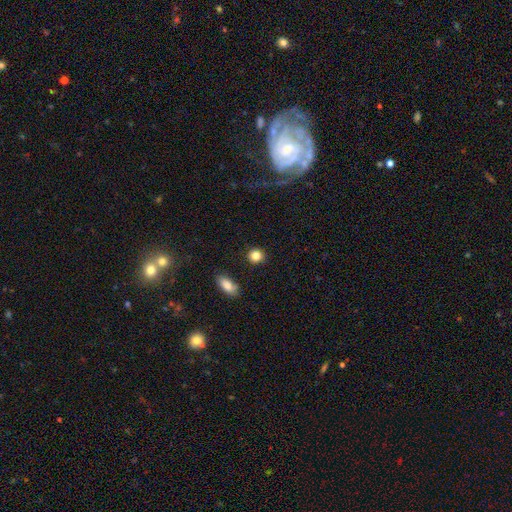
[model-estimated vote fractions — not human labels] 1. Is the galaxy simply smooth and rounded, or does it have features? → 84% smooth, 10% star or artifact, 5% featured or disk.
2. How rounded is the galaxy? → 87% round, 12% in between, 1% cigar-shaped.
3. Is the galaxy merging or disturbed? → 89% none, 7% minor disturbance, 2% merger, 2% major disturbance.